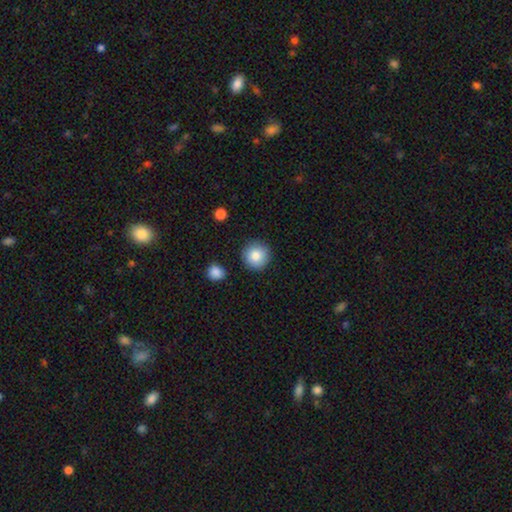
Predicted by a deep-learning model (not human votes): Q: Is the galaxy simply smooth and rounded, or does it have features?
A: smooth — 85%.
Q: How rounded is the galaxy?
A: round — 95%.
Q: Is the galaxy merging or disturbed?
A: none — 89%.